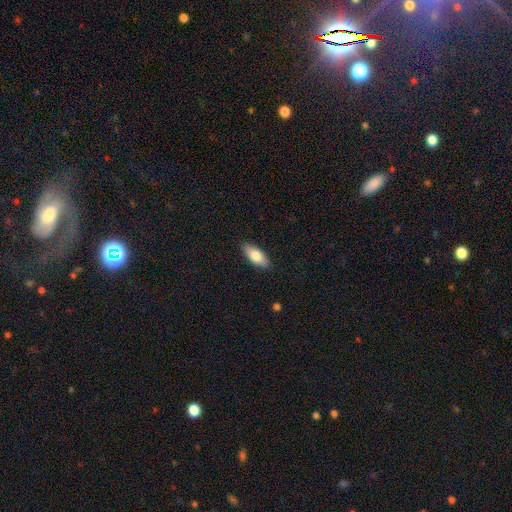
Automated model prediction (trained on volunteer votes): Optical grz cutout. It shows a smooth galaxy with no disk features (79%) that is in between round and cigar-shaped (83%). Merging: none (88%).